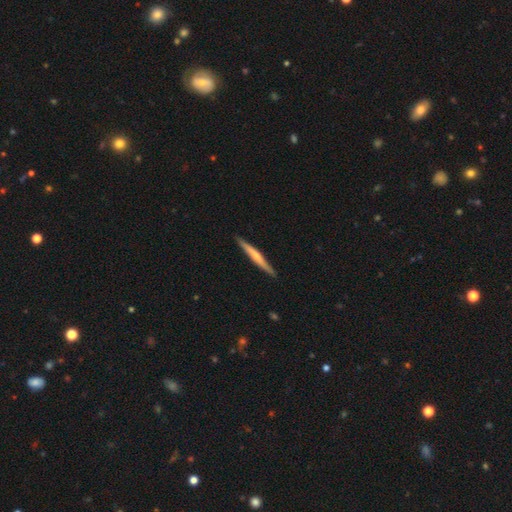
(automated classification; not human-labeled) A featured or disk galaxy (54%) viewed edge-on (97%) with a rounded central bulge (59%). Merging: none (89%).